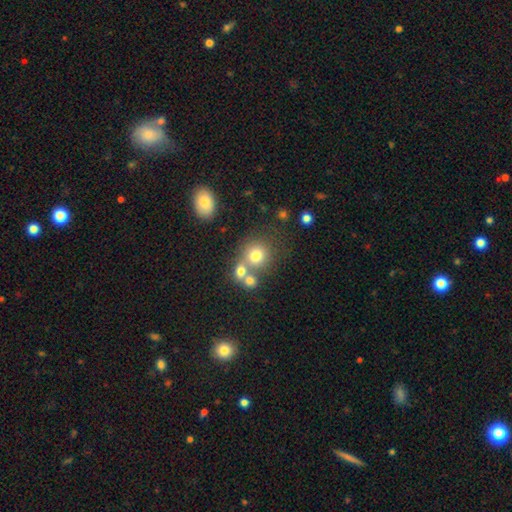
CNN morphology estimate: smooth 73%, star or artifact 14%, featured or disk 13%. Down the decision tree: how rounded — round (85%); merging — none (49%).